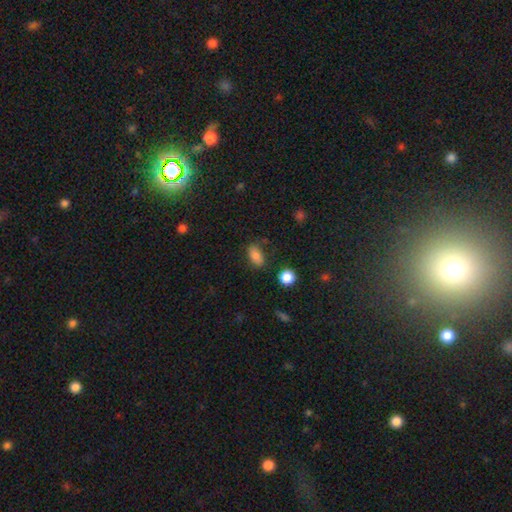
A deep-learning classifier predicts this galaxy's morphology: This appears to be a smooth galaxy with no disk features (80%) that is in between round and cigar-shaped (88%). Merging: none (73%).